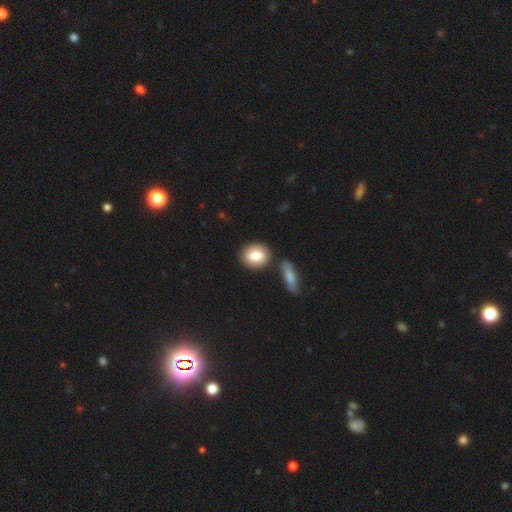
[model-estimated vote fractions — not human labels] Q: Smooth or featured?
A: smooth (81%); runner-up: featured or disk (12%)
Q: How rounded?
A: in between (49%); tied with: round (49%)
Q: Merging?
A: none (72%); runner-up: merger (15%)